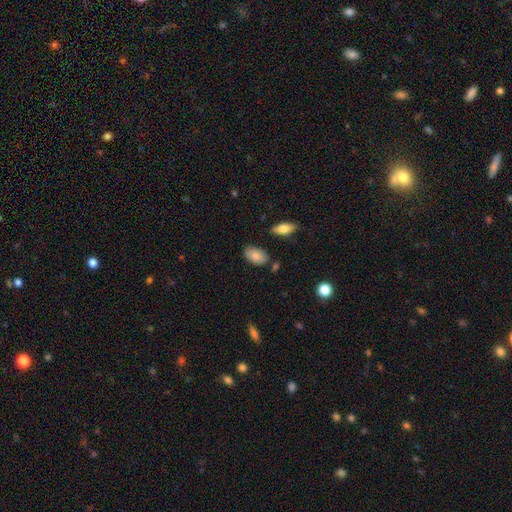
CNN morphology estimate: smooth 85%, featured or disk 8%, star or artifact 7%. Down the decision tree: how rounded — in between (92%); merging — none (78%).